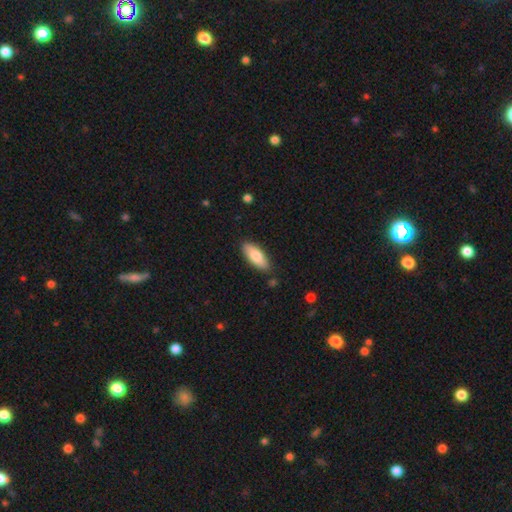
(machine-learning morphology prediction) Smooth or featured? smooth (79%)
How rounded? in between (77%)
Merging? none (85%)